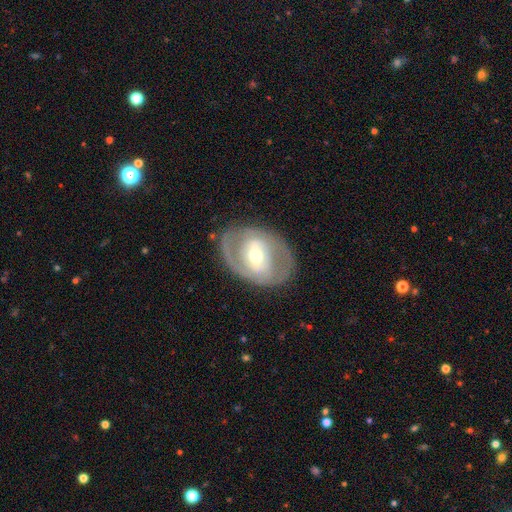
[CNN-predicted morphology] The model was most divided on "spiral winding": tight: 43%, medium: 41%, loose: 15%. Remaining: edge-on disk — no (95%); merging — none (78%); smooth or featured — featured or disk (77%); spiral arm count — 2 (75%); spiral arms — yes (75%); bulge size — moderate (57%); bar — weak (42%).